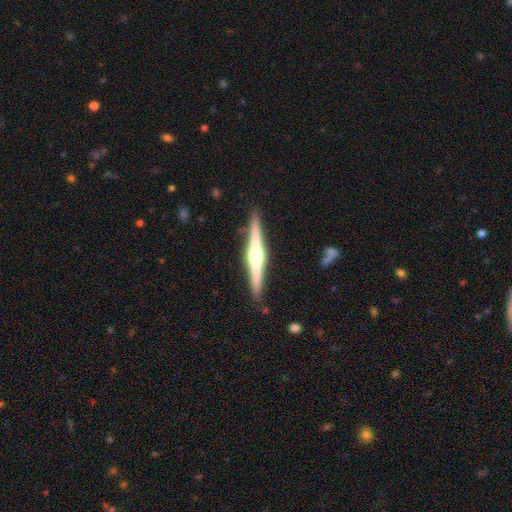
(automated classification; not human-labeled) Smooth or featured? Predicted: featured or disk (p=0.76). Edge-on disk? Predicted: yes (p=0.98). Edge-on bulge? Predicted: rounded (p=0.84). Merging? Predicted: none (p=0.89).